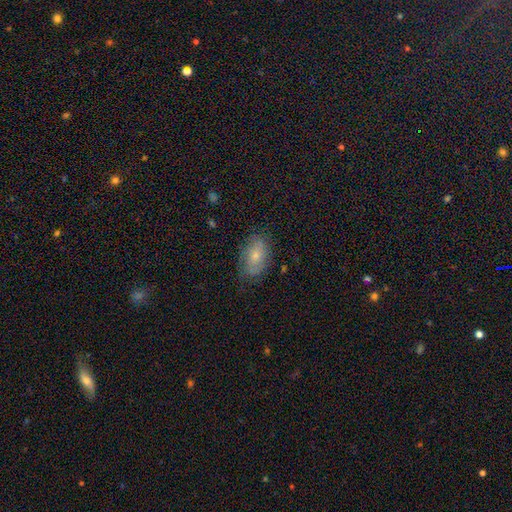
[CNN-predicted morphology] Smooth or featured: smooth — 53% (featured or disk — 38%)
How rounded: in between — 89% (round — 8%)
Merging: none — 71% (minor disturbance — 21%)